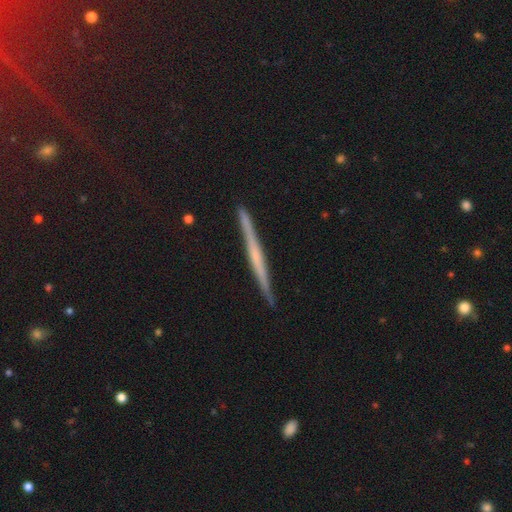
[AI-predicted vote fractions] Smooth or featured? featured or disk (63%)
Edge-on disk? yes (98%)
Edge-on bulge? none (74%)
Merging? none (91%)